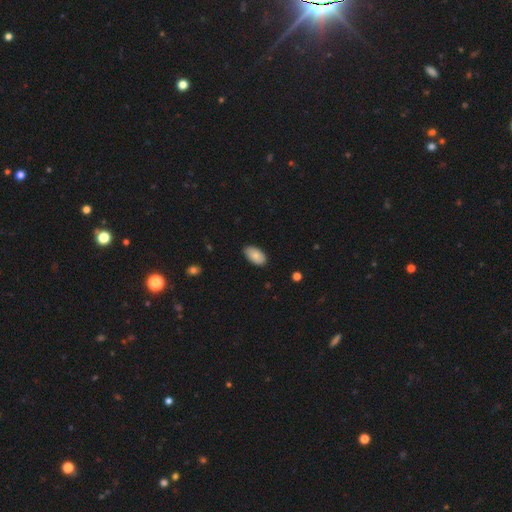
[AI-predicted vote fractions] Smooth or featured? Predicted: smooth (p=0.85). How rounded? Predicted: in between (p=0.95). Merging? Predicted: none (p=0.83).